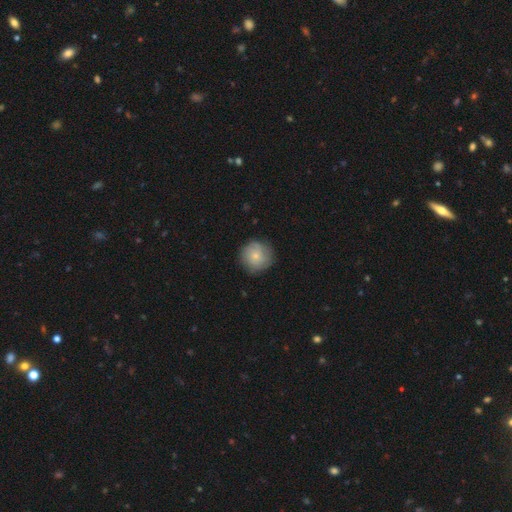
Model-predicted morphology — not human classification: A smooth galaxy with no disk features (75%) that is round (94%). Merging: none (83%).